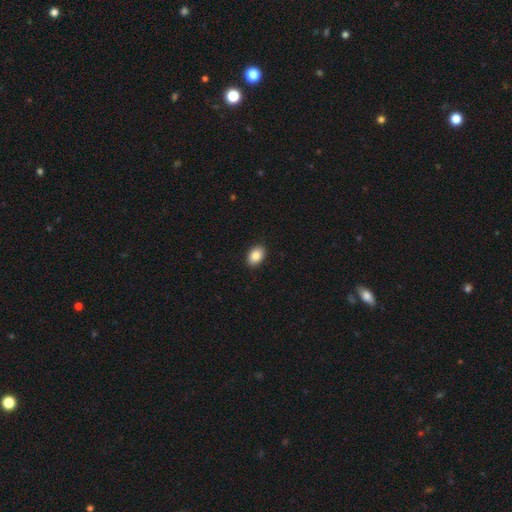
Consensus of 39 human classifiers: Smooth or featured: smooth — 90% (featured or disk — 8%)
How rounded: in between — 80% (round — 20%)
Merging: none — 82% (minor disturbance — 16%)